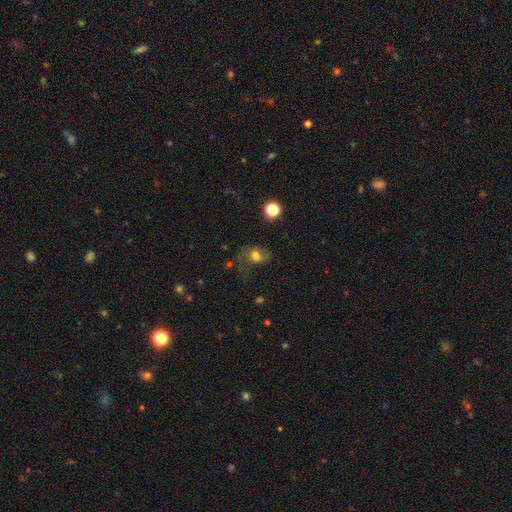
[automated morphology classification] smooth 58%, featured or disk 24%, star or artifact 18%. Down the decision tree: how rounded — in between (63%); merging — none (36%).